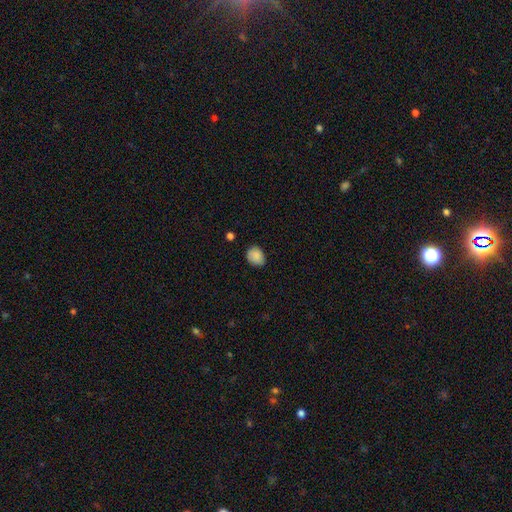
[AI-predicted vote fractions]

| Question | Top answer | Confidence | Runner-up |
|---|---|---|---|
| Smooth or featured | smooth | 85% | star or artifact (8%) |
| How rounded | in between | 57% | round (42%) |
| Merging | none | 75% | minor disturbance (20%) |